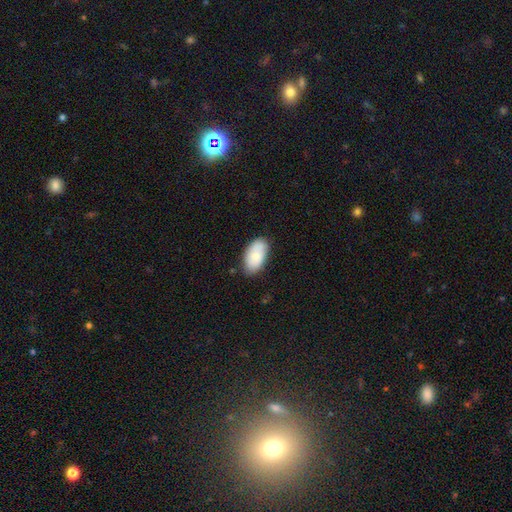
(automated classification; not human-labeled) Overall: smooth (80%). How rounded: in between (95%). Merging: none (76%).